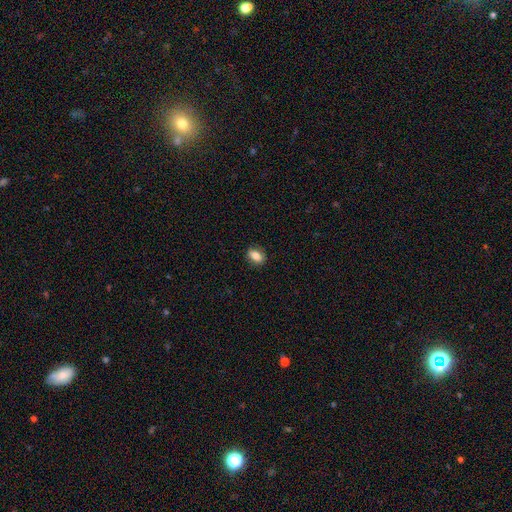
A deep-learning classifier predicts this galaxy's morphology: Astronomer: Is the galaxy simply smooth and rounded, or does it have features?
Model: smooth — 79%.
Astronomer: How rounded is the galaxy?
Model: in between — 78%.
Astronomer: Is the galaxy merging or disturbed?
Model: none — 85%.